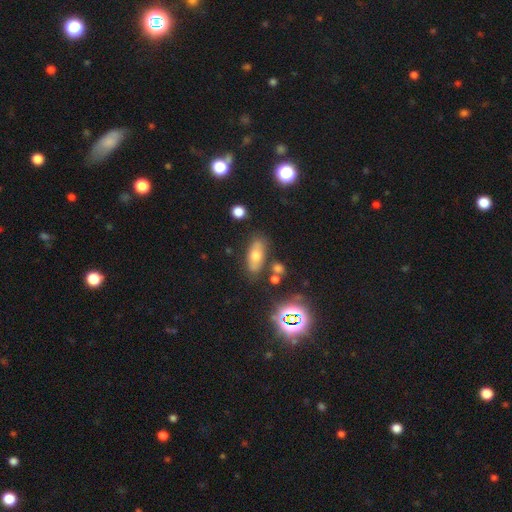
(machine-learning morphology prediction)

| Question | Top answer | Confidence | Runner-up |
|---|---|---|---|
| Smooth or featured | smooth | 55% | featured or disk (24%) |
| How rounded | in between | 78% | cigar-shaped (14%) |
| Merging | none | 77% | minor disturbance (13%) |